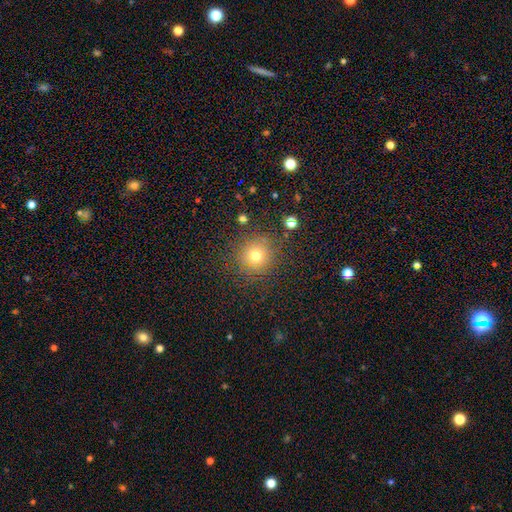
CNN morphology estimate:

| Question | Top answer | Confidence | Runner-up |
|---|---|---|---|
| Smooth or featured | smooth | 71% | star or artifact (19%) |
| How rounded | round | 93% | in between (6%) |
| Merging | none | 86% | minor disturbance (8%) |